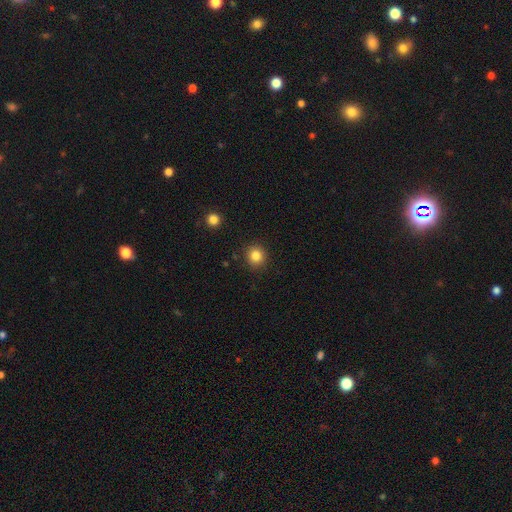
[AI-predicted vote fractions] This appears to be a smooth galaxy with no disk features (84%) that is round (89%). Merging: none (89%).